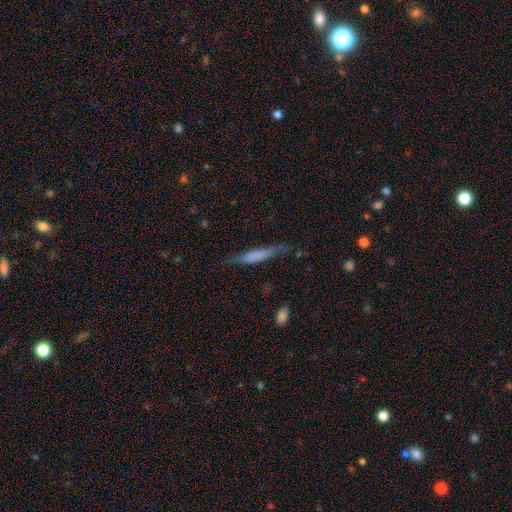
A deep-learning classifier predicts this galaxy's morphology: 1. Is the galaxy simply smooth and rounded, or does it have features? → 58% smooth, 35% featured or disk, 7% star or artifact.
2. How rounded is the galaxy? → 89% cigar-shaped, 9% in between, 2% round.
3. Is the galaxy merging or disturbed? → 70% none, 22% minor disturbance, 6% major disturbance, 2% merger.